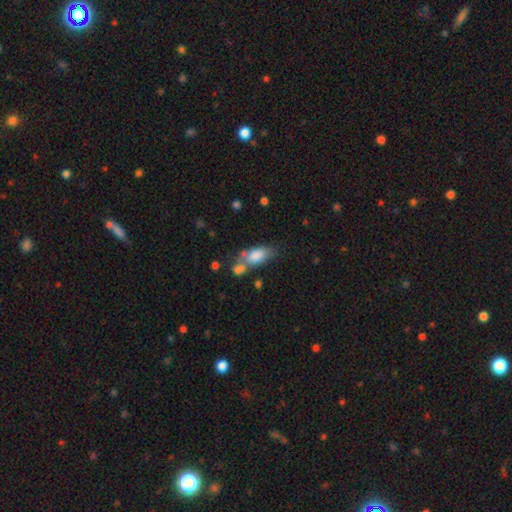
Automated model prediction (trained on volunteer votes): smooth_or_featured: smooth (p=0.77) [alt: featured or disk p=0.15]
how_rounded: in between (p=0.83) [alt: cigar-shaped p=0.11]
merging: none (p=0.43) [alt: merger p=0.29]